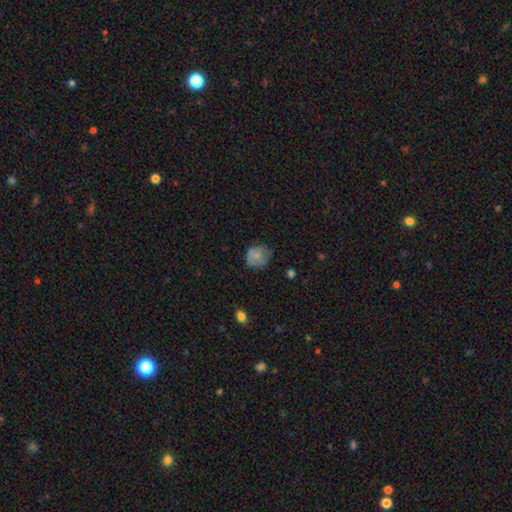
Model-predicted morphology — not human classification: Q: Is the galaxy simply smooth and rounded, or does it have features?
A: smooth — 67%.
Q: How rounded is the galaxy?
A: round — 78%.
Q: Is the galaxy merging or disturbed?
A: none — 63%.